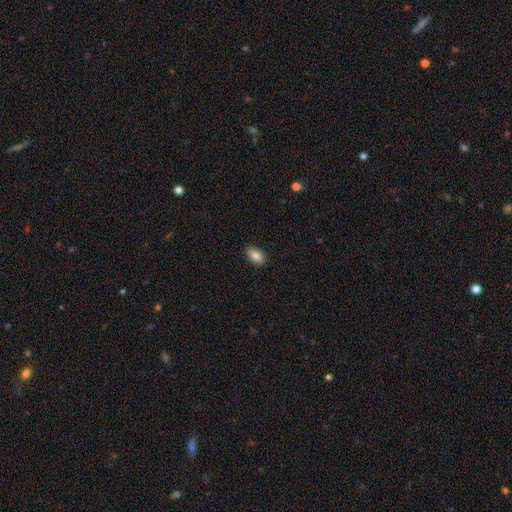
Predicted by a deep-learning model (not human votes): smooth-or-featured: smooth: 84% | featured or disk: 9% | star or artifact: 7%
  how-rounded: in between: 91% | round: 6% | cigar-shaped: 3%
  merging: none: 88% | minor disturbance: 9% | major disturbance: 2% | merger: 1%